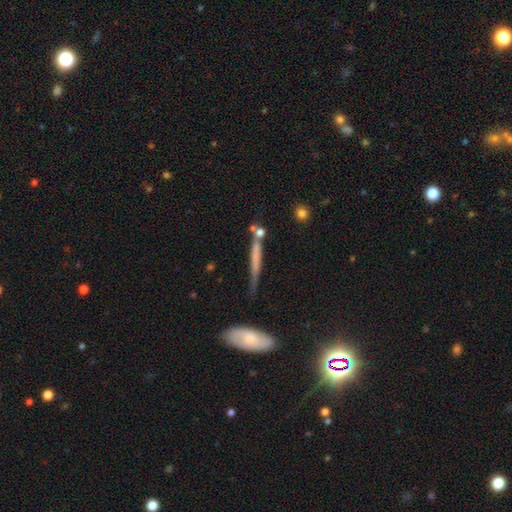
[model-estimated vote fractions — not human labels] Overall: smooth (48%; featured or disk 42%). Merging: none (62%).